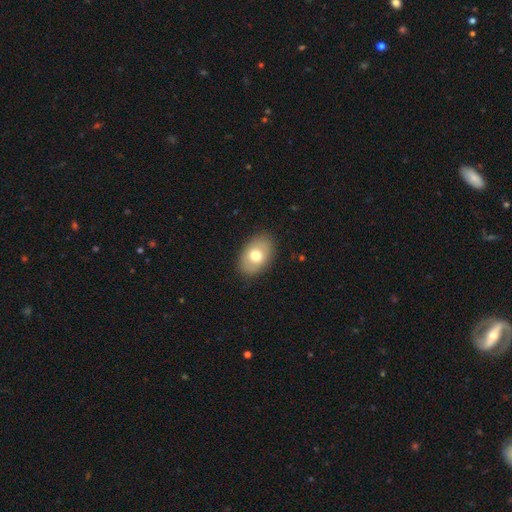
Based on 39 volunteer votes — Q: Smooth or featured?
A: smooth (79%); runner-up: featured or disk (13%)
Q: How rounded?
A: in between (87%); runner-up: round (13%)
Q: Merging?
A: none (92%); runner-up: minor disturbance (6%)